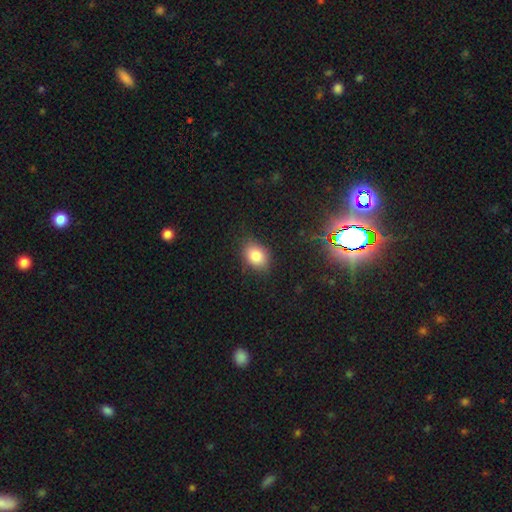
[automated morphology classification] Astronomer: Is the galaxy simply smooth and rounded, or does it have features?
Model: smooth — 82%.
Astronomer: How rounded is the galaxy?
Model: in between — 67%.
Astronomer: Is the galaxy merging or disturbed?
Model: none — 80%.